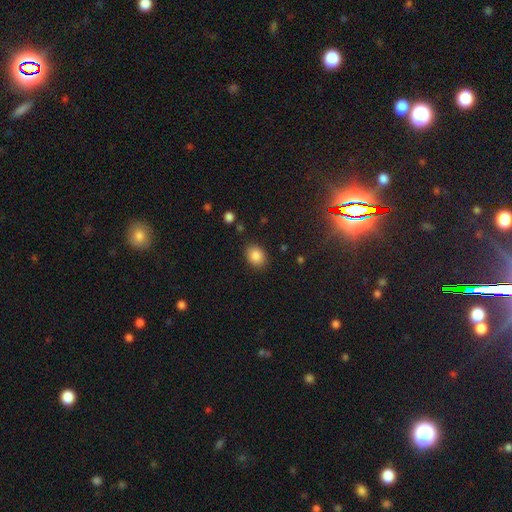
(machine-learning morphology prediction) A smooth galaxy with no disk features (85%) that is in between round and cigar-shaped (55%). Merging: none (86%).